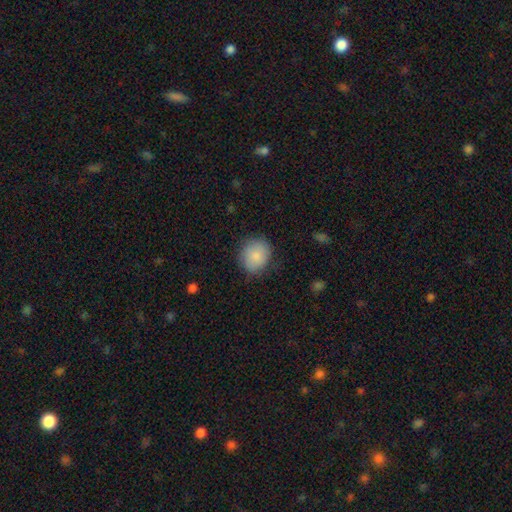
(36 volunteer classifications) A smooth galaxy with no disk features (92%) that is round (67%).

Vote fractions:
- Smooth or featured? smooth: 92% / featured or disk: 6% / star or artifact: 3%
- How rounded? round: 67% / in between: 33% / cigar-shaped: 0%
- Merging? none: 86% / minor disturbance: 11% / major disturbance: 3% / merger: 0%